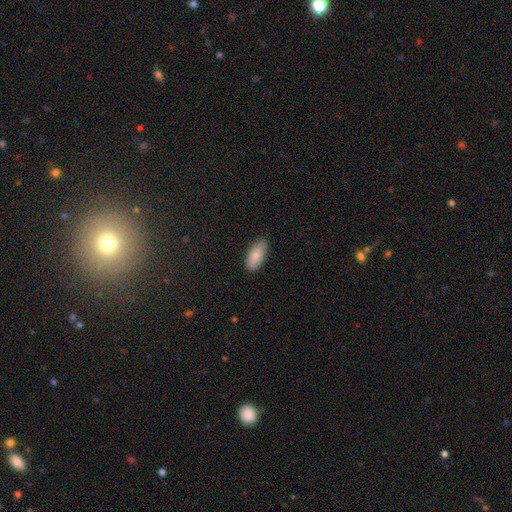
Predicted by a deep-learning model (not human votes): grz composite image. It shows a smooth galaxy with no disk features (84%) that is in between round and cigar-shaped (89%). Merging: none (87%).